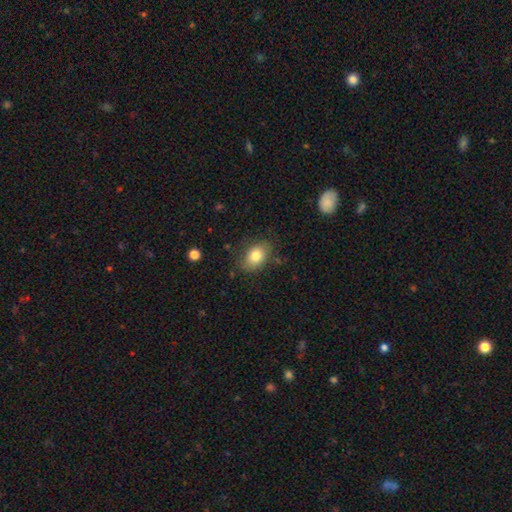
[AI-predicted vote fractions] Smooth or featured?
  - smooth: 81% *
  - featured or disk: 11%
  - star or artifact: 8%
How rounded?
  - in between: 81% *
  - round: 18%
  - cigar-shaped: 1%
Merging?
  - none: 79% *
  - minor disturbance: 15%
  - major disturbance: 4%
  - merger: 2%